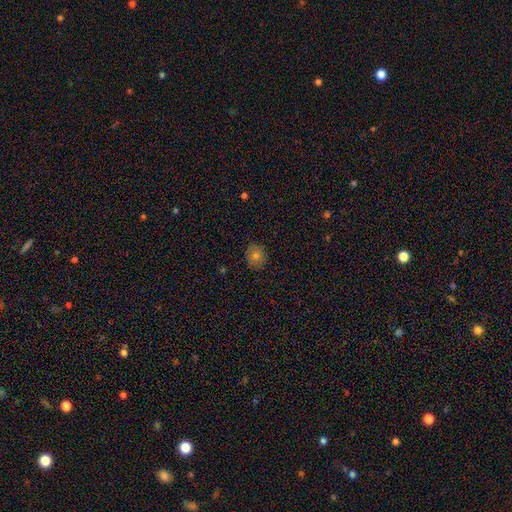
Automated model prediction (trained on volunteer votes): Smooth or featured? Predicted: smooth (p=0.70). How rounded? Predicted: round (p=0.72). Merging? Predicted: none (p=0.84).